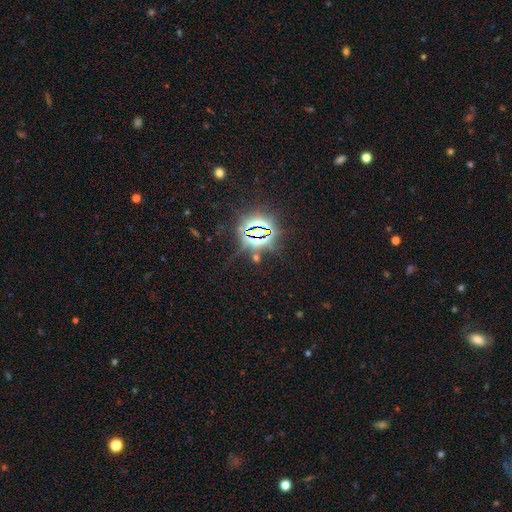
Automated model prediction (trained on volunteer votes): This appears to be a star or artifact, not a galaxy (84%).